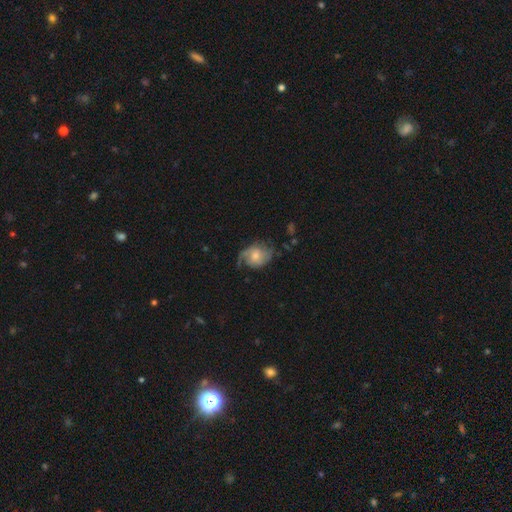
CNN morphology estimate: Overall: featured or disk (64%; smooth 29%). Edge-on disk: no (97%). Bar: no (64%; weak 31%). Spiral arms: yes (88%). Spiral arm count: 2 (68%). Spiral winding: medium (40%; loose 38%). Bulge size: moderate (52%; small 33%). Merging: none (54%; minor disturbance 27%).